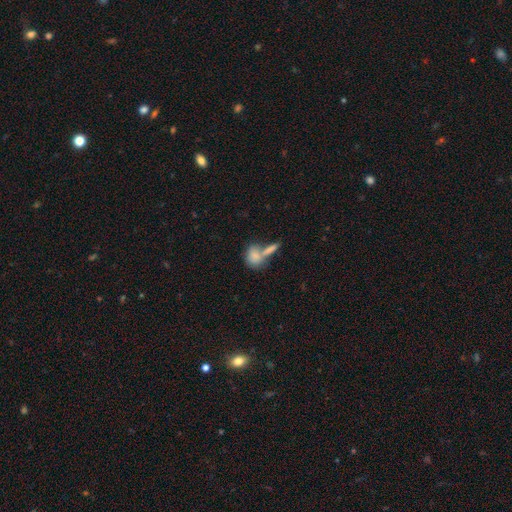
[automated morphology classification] smooth_or_featured: smooth (p=0.78) [alt: featured or disk p=0.14]
how_rounded: in between (p=0.62) [alt: round p=0.29]
merging: merger (p=0.51) [alt: none p=0.33]